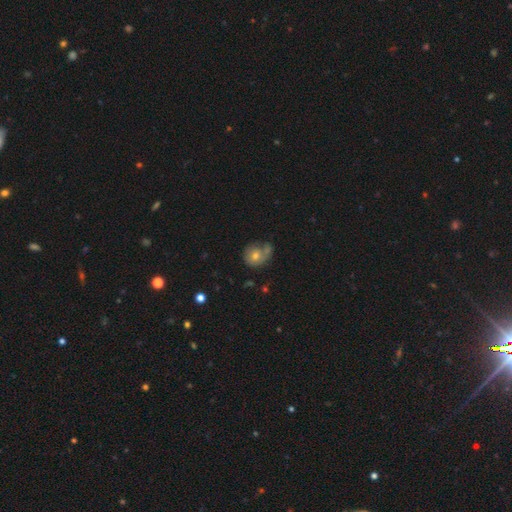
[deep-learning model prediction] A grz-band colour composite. It shows a smooth galaxy with no disk features (59%) that is round (77%). Merging: none (47%).